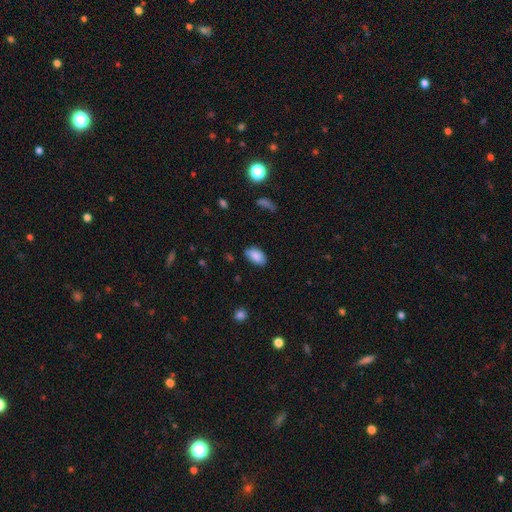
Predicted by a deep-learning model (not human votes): Q: Smooth or featured?
A: smooth (87%); runner-up: star or artifact (7%)
Q: How rounded?
A: in between (93%); runner-up: round (5%)
Q: Merging?
A: none (76%); runner-up: minor disturbance (19%)